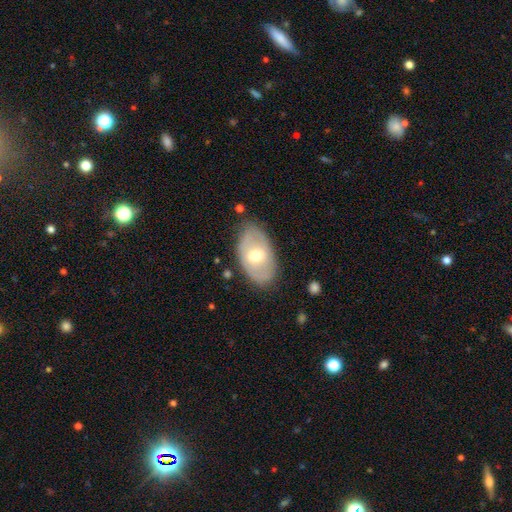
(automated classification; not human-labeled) This is possibly a featured or disk galaxy (50%). It is clearly not viewed edge-on (90%). Merging: likely none (77%).